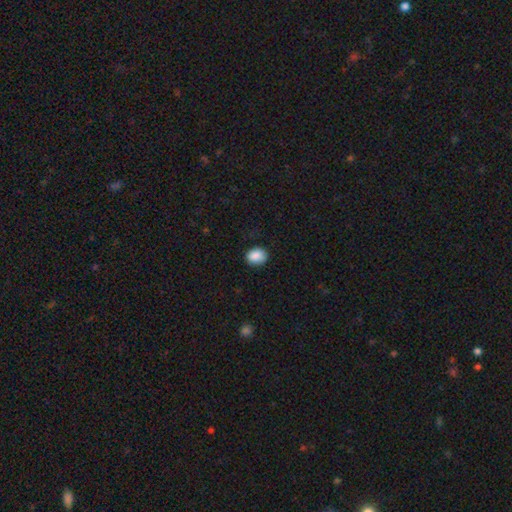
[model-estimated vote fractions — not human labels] smooth_or_featured: smooth (p=0.88) [alt: star or artifact p=0.08]
how_rounded: round (p=0.52) [alt: in between p=0.47]
merging: none (p=0.77) [alt: minor disturbance p=0.18]